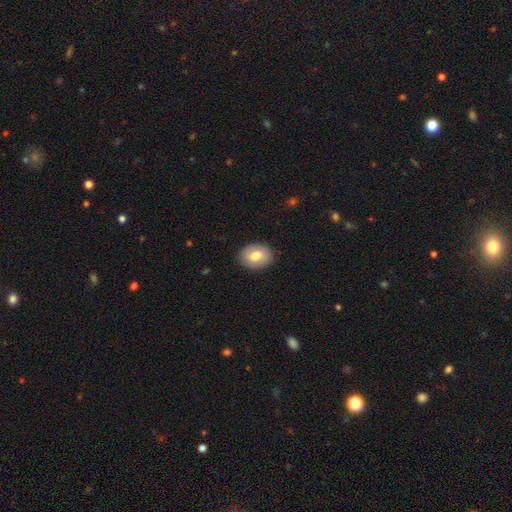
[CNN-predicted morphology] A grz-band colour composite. It shows a smooth galaxy with no disk features (76%) that is in between round and cigar-shaped (73%). Merging: none (86%).